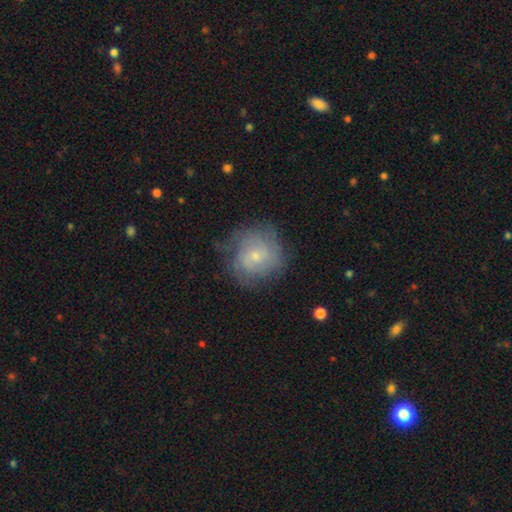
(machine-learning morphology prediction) Smooth or featured? Predicted: featured or disk (p=0.53). Edge-on disk? Predicted: no (p=0.97). Bar? Predicted: no (p=0.74). Spiral arms? Predicted: yes (p=0.79). Bulge size? Predicted: small (p=0.74). Merging? Predicted: none (p=0.68).